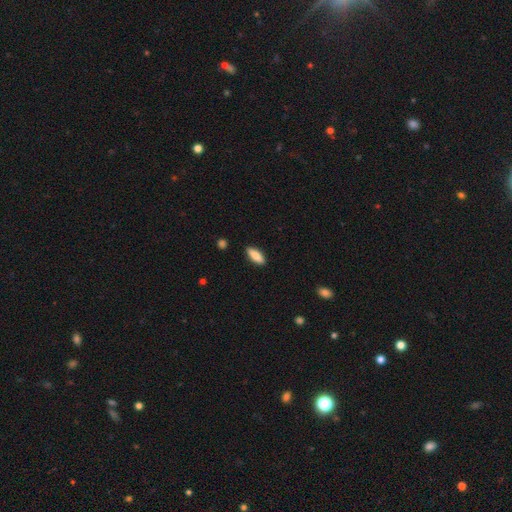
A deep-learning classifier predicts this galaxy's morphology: This is likely a smooth galaxy (78%). How rounded: possibly in between (59%). Merging: clearly none (88%).